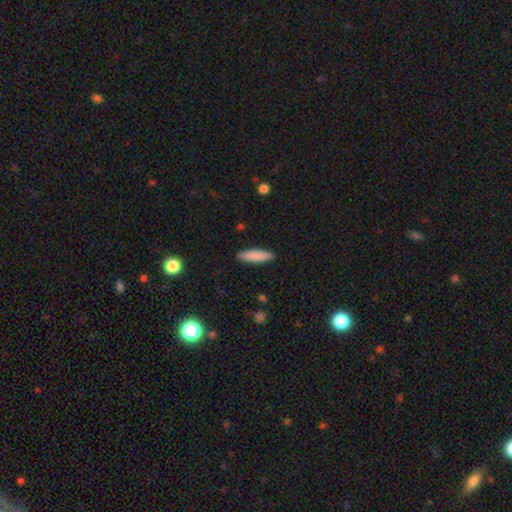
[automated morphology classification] Q: Smooth or featured?
A: smooth (86%); runner-up: featured or disk (8%)
Q: How rounded?
A: cigar-shaped (72%); runner-up: in between (27%)
Q: Merging?
A: none (90%); runner-up: minor disturbance (8%)